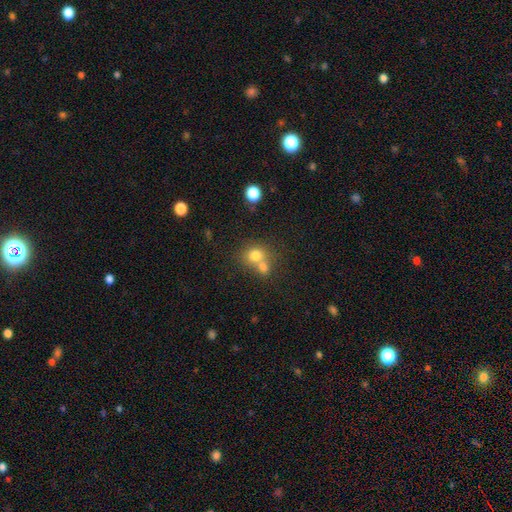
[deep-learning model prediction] A smooth galaxy with no disk features (74%) that is round (76%). Merging: merger (51%).